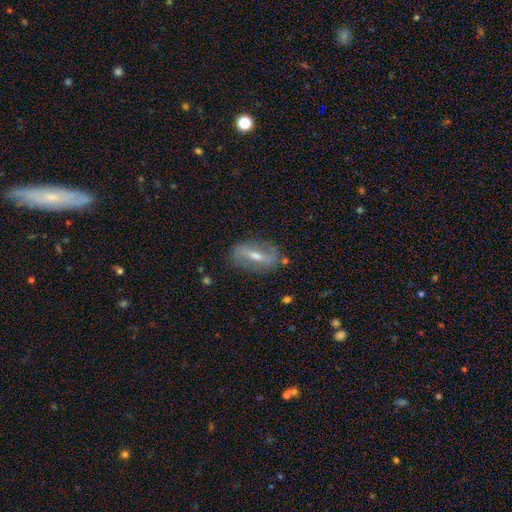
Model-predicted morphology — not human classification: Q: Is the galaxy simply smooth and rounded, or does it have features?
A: featured or disk — 67%.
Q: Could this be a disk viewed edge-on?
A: no — 73%.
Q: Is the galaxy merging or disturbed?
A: none — 78%.